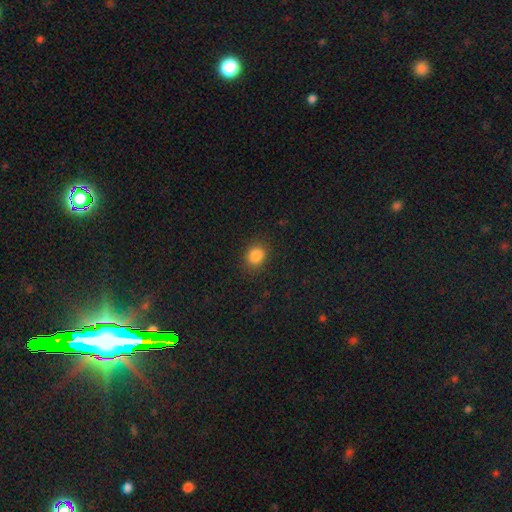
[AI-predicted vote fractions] Smooth or featured? smooth (85%)
How rounded? round (55%)
Merging? none (87%)